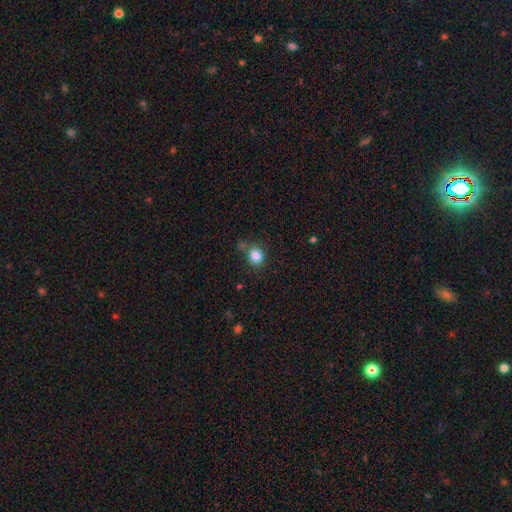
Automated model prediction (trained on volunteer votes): smooth 83%, star or artifact 11%, featured or disk 6%. Down the decision tree: how rounded — round (80%); merging — none (71%).